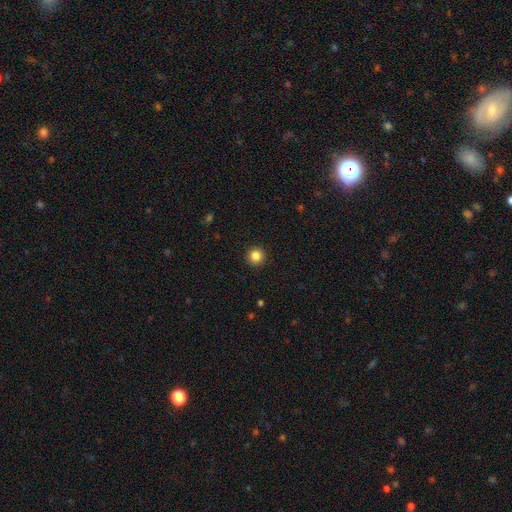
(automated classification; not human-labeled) A smooth galaxy with no disk features (84%) that is round (96%).

Vote fractions:
- Smooth or featured? smooth: 84% / star or artifact: 11% / featured or disk: 4%
- How rounded? round: 96% / in between: 3% / cigar-shaped: 1%
- Merging? none: 93% / minor disturbance: 4% / major disturbance: 2% / merger: 1%